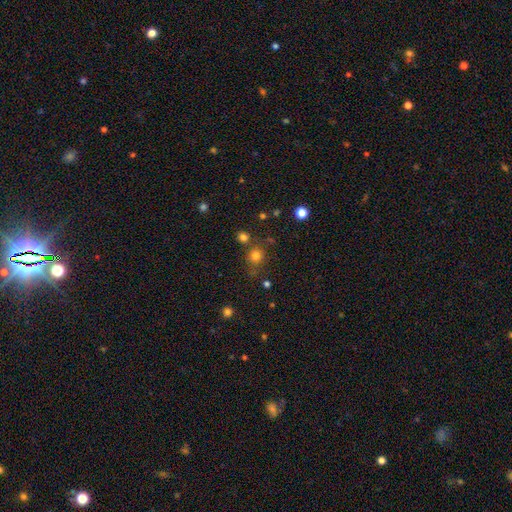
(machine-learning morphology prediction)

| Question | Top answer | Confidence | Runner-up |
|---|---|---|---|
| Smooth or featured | smooth | 76% | star or artifact (17%) |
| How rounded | round | 86% | in between (13%) |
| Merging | none | 68% | minor disturbance (13%) |